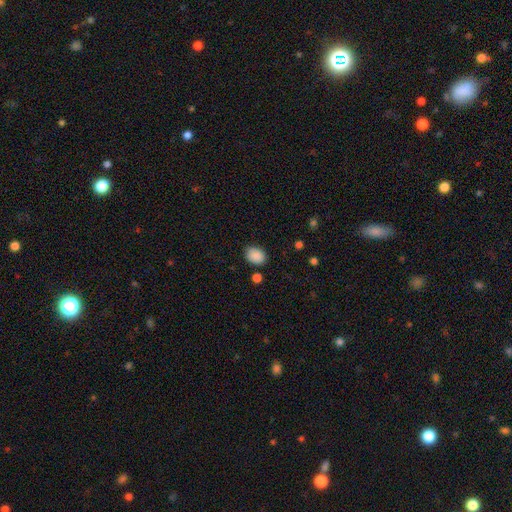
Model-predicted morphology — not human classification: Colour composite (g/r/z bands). It shows a smooth galaxy with no disk features (89%) that is in between round and cigar-shaped (71%). Merging: none (79%).